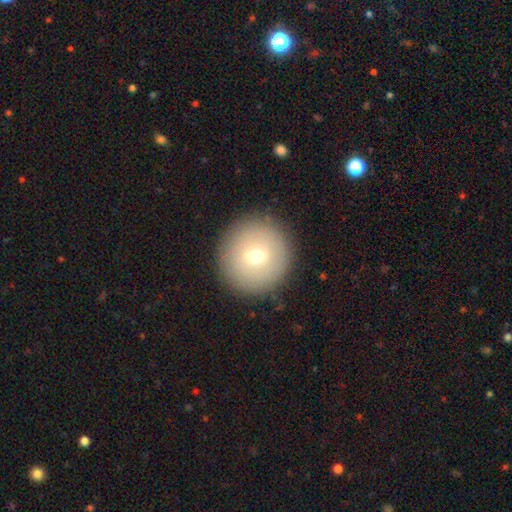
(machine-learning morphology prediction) A smooth galaxy with no disk features (68%) that is round (95%).

Vote fractions:
- Smooth or featured? smooth: 68% / featured or disk: 22% / star or artifact: 10%
- How rounded? round: 95% / in between: 4% / cigar-shaped: 1%
- Merging? none: 90% / minor disturbance: 6% / major disturbance: 3% / merger: 1%